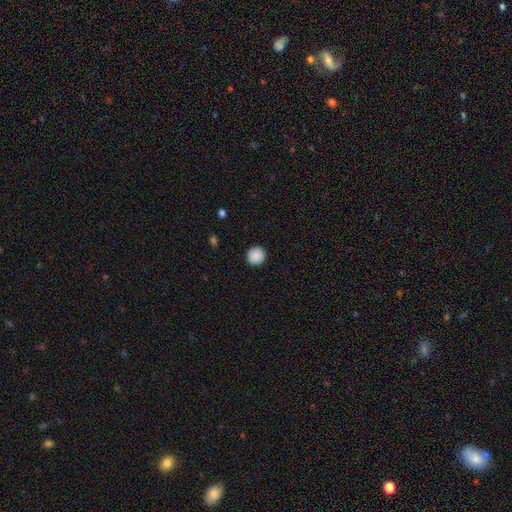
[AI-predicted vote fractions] smooth 89%, star or artifact 8%, featured or disk 3%. Down the decision tree: how rounded — round (93%); merging — none (92%).